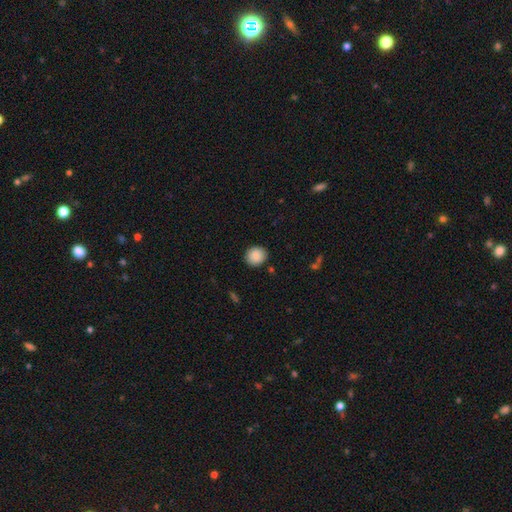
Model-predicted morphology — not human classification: smooth_or_featured: smooth (p=0.87) [alt: star or artifact p=0.08]
how_rounded: round (p=0.83) [alt: in between p=0.16]
merging: none (p=0.88) [alt: minor disturbance p=0.08]